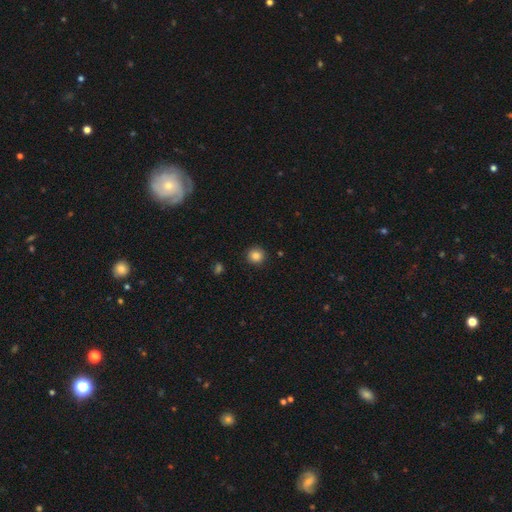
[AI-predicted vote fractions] Smooth or featured?
  - smooth: 85% *
  - star or artifact: 11%
  - featured or disk: 5%
How rounded?
  - round: 93% *
  - in between: 6%
  - cigar-shaped: 1%
Merging?
  - none: 90% *
  - minor disturbance: 7%
  - major disturbance: 2%
  - merger: 1%